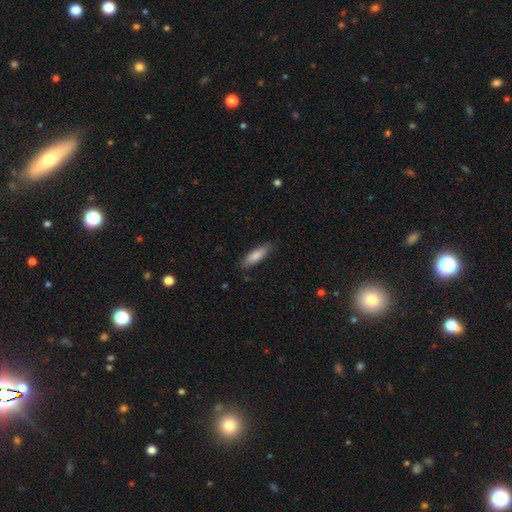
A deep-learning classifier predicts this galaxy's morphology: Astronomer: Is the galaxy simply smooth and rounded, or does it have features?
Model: smooth — 81%.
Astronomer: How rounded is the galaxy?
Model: cigar-shaped — 56% (runner-up: in between, 42%).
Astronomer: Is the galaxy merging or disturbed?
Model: none — 83%.